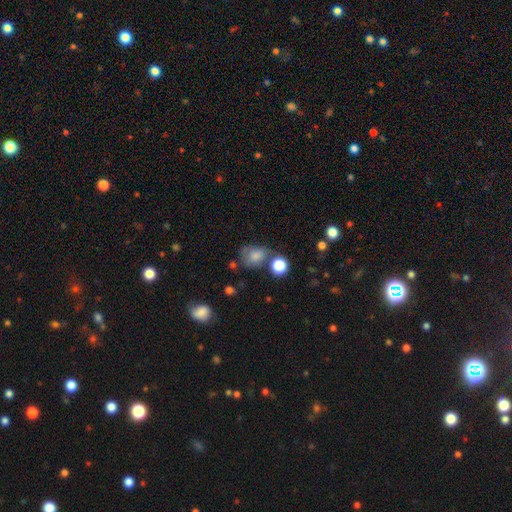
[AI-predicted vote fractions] A smooth galaxy with no disk features (77%) that is in between round and cigar-shaped (54%).

Vote fractions:
- Smooth or featured? smooth: 77% / star or artifact: 12% / featured or disk: 11%
- How rounded? in between: 54% / round: 45% / cigar-shaped: 1%
- Merging? none: 47% / minor disturbance: 25% / merger: 17% / major disturbance: 12%